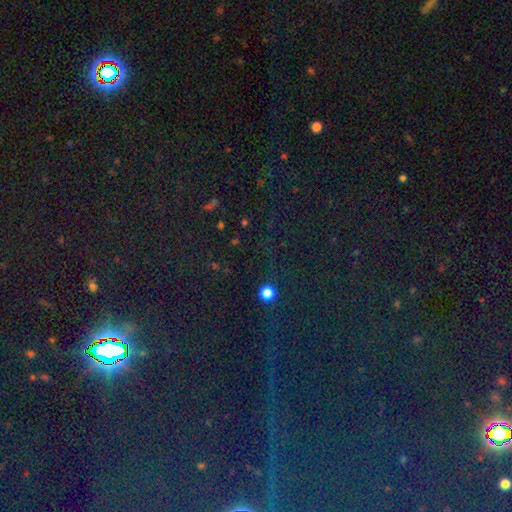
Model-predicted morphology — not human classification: The model was most divided on "smooth or featured": star or artifact: 85%, smooth: 8%, featured or disk: 7%.